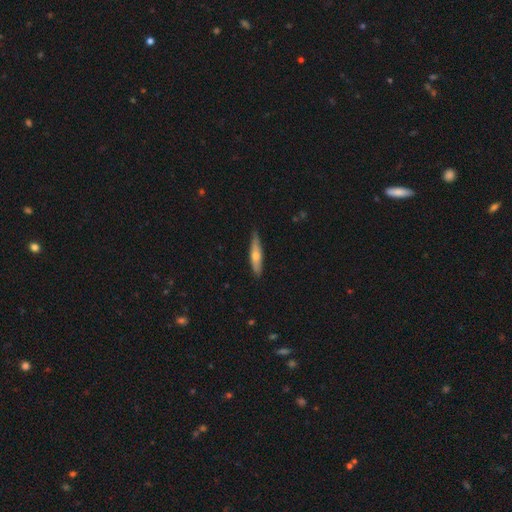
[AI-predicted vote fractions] Overall: smooth (55%; featured or disk 40%). How rounded: cigar-shaped (80%). Merging: none (80%).